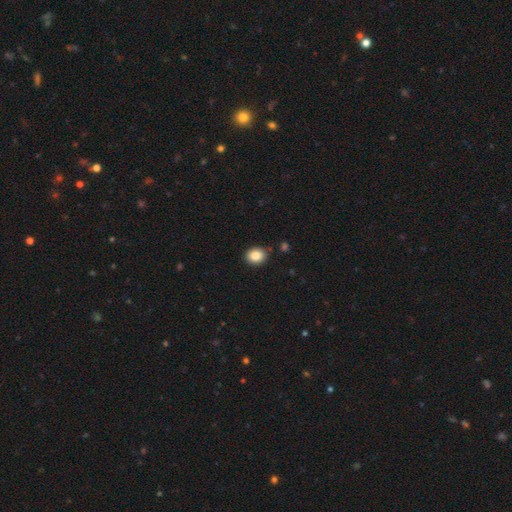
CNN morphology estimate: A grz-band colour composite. It shows a smooth galaxy with no disk features (87%) that is round (58%). Merging: none (85%).